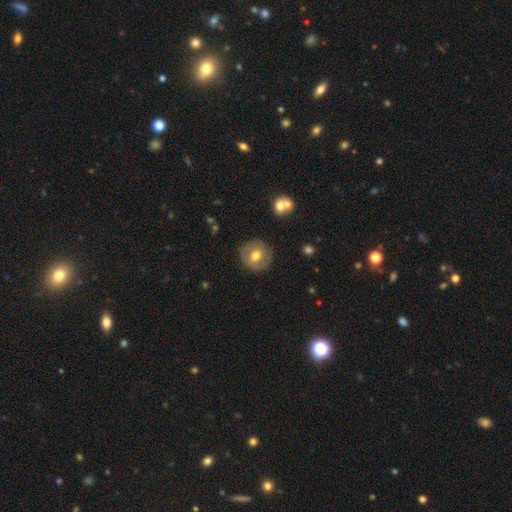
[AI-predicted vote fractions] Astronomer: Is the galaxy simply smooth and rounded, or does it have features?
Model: smooth — 62%.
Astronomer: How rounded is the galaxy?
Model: round — 90%.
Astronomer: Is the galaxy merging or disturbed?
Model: none — 86%.